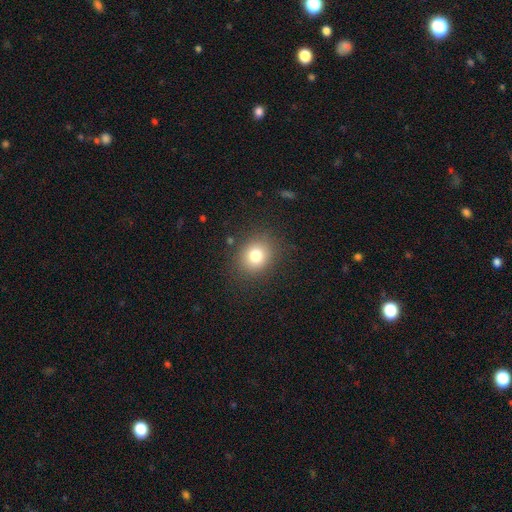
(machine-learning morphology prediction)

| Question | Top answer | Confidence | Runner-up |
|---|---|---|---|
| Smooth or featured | smooth | 78% | star or artifact (12%) |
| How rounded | round | 68% | in between (31%) |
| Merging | none | 86% | minor disturbance (9%) |